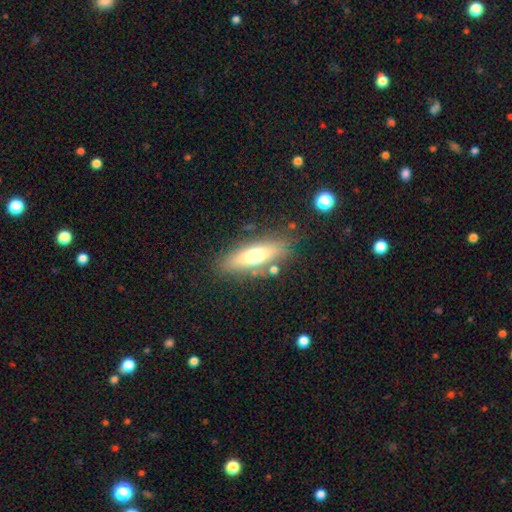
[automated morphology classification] smooth-or-featured: smooth: 56% | featured or disk: 37% | star or artifact: 8%
  how-rounded: cigar-shaped: 52% | in between: 45% | round: 3%
  merging: none: 79% | minor disturbance: 13% | merger: 4% | major disturbance: 4%